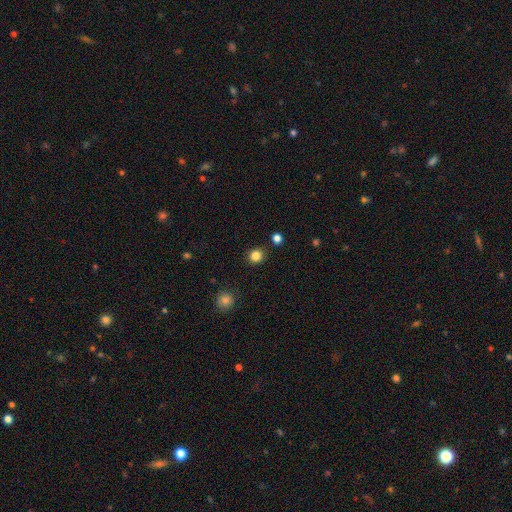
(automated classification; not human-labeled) A smooth galaxy with no disk features (84%) that is round (88%). Merging: none (89%).